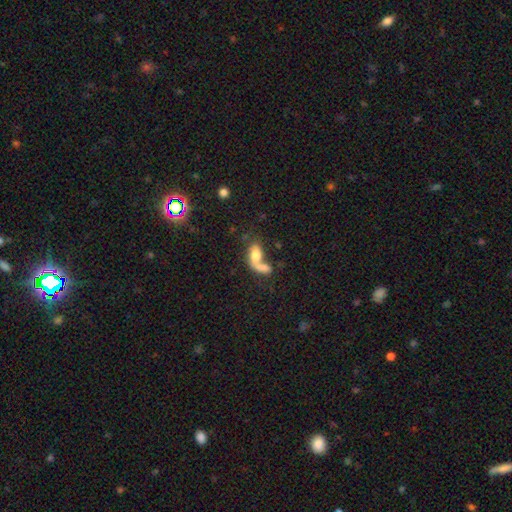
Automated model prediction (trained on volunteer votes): smooth 66%, featured or disk 24%, star or artifact 10%. Down the decision tree: how rounded — in between (79%); merging — merger (59%).